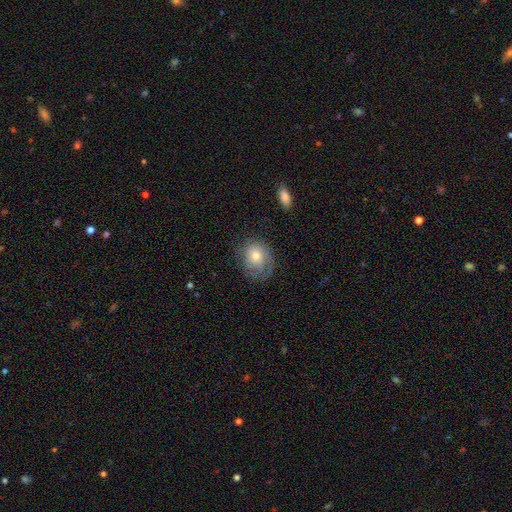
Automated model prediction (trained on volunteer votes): Morphology: type=smooth (48%); merging=none (60%).